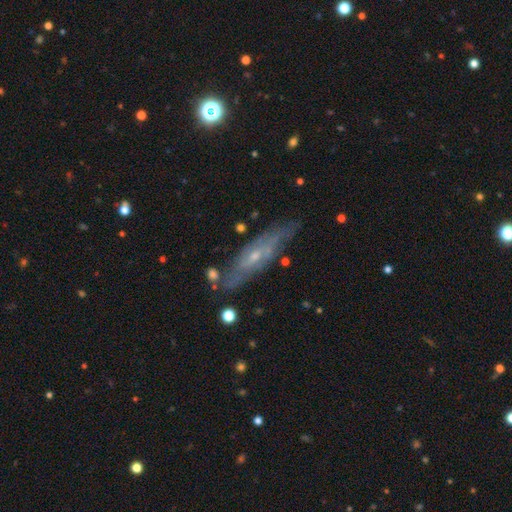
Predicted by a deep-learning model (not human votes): Smooth or featured? Predicted: featured or disk (p=0.71). Edge-on disk? Predicted: no (p=0.55). Merging? Predicted: none (p=0.74).